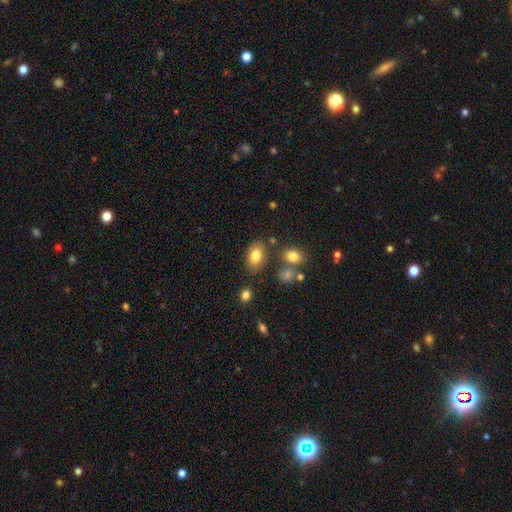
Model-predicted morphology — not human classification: type=smooth (81%); roundness=in between (87%); merging=none (76%).